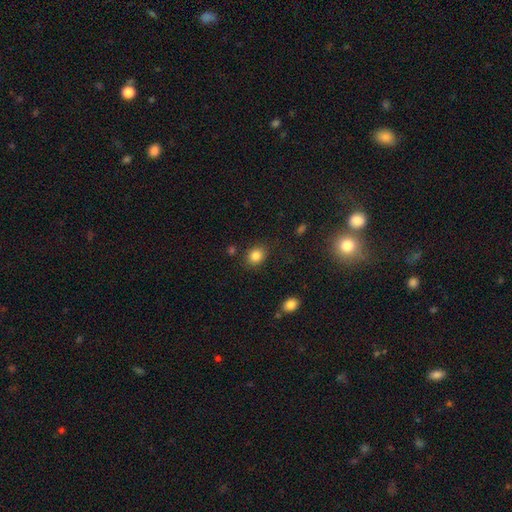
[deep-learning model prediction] Q: Smooth or featured?
A: smooth (84%); runner-up: star or artifact (10%)
Q: How rounded?
A: round (51%); runner-up: in between (48%)
Q: Merging?
A: none (82%); runner-up: minor disturbance (12%)